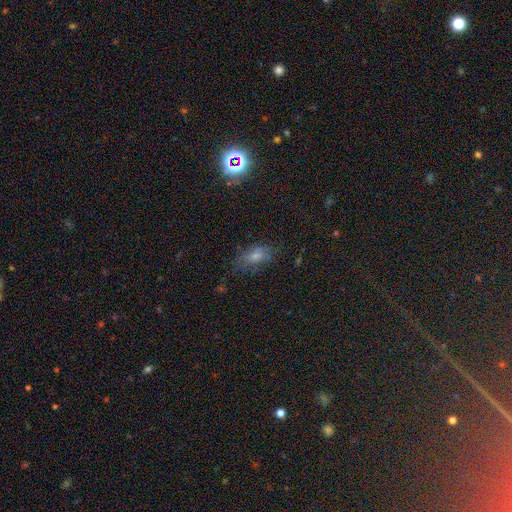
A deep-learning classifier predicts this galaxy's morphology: This appears to be a smooth galaxy with no disk features (48%). Merging: none (72%).